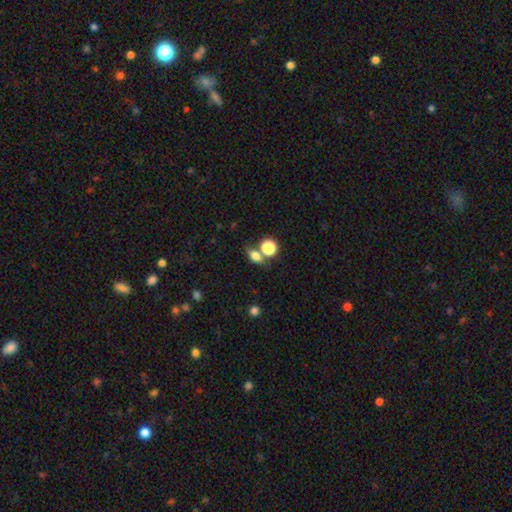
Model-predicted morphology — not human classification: A smooth galaxy with no disk features (73%) that is in between round and cigar-shaped (61%). Merging: none (52%).